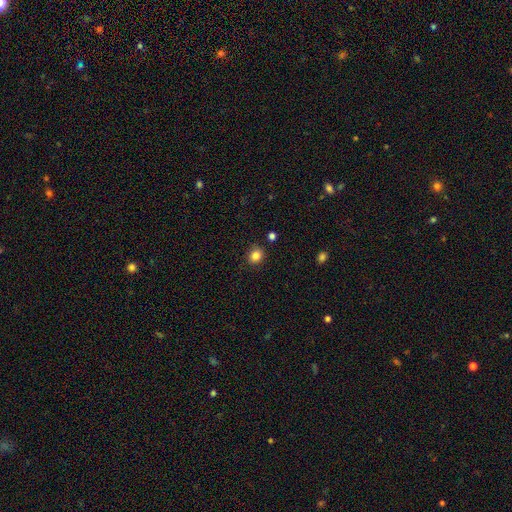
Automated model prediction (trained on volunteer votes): Smooth or featured? smooth (84%)
How rounded? round (63%)
Merging? none (84%)